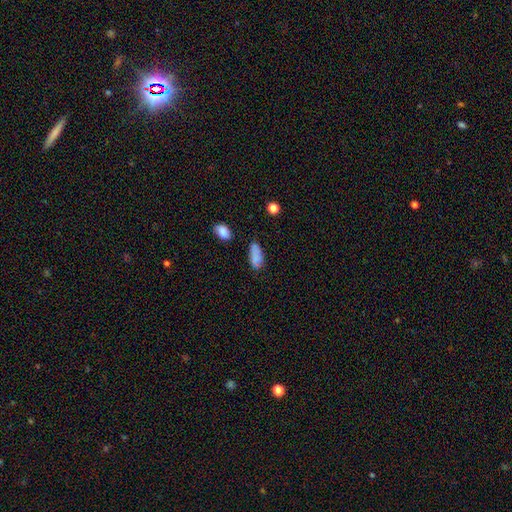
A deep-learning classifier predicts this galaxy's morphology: This appears to be a smooth galaxy with no disk features (83%) that is in between round and cigar-shaped (86%). Merging: none (61%).